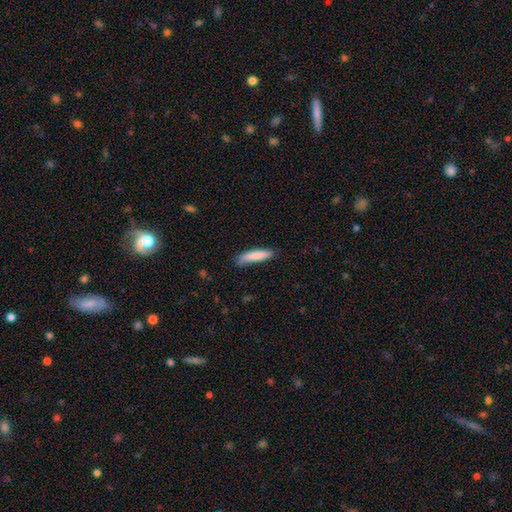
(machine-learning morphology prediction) type=smooth (85%); roundness=cigar-shaped (79%); merging=none (77%).